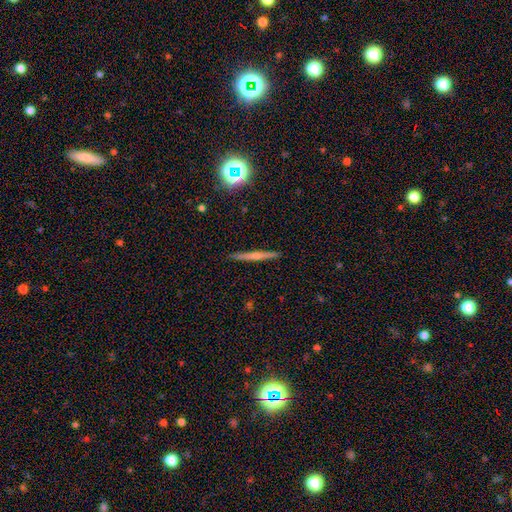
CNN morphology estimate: A featured or disk galaxy (57%) viewed edge-on (98%) with a rounded central bulge (62%).

Vote fractions:
- Smooth or featured? featured or disk: 57% / smooth: 34% / star or artifact: 10%
- Edge-on disk? yes: 98% / no: 2%
- Edge-on bulge? rounded: 62% / none: 31% / boxy: 8%
- Merging? none: 92% / minor disturbance: 6% / major disturbance: 1% / merger: 1%